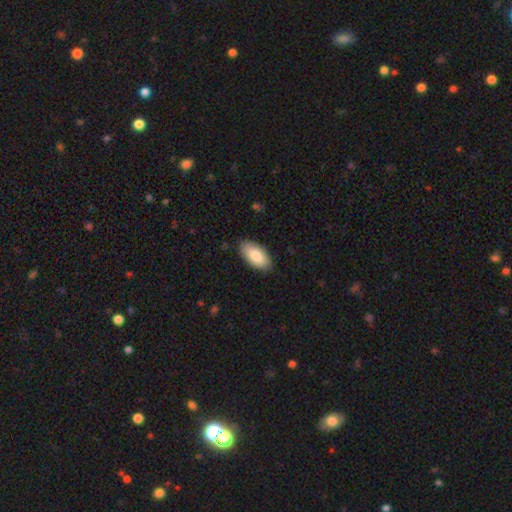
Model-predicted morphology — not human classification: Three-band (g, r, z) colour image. It shows a smooth galaxy with no disk features (83%) that is in between round and cigar-shaped (94%). Merging: none (85%).